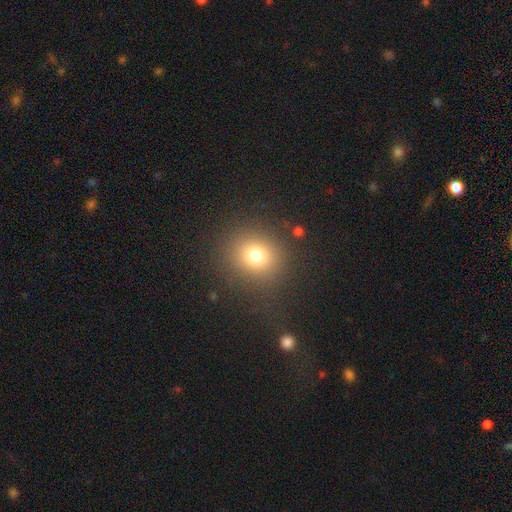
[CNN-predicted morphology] Smooth or featured? Predicted: smooth (p=0.76). How rounded? Predicted: round (p=0.84). Merging? Predicted: none (p=0.85).